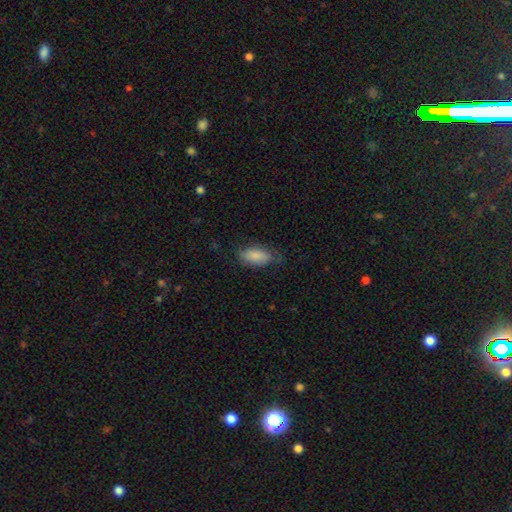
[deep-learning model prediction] This appears to be a smooth galaxy with no disk features (85%) that is in between round and cigar-shaped (91%). Merging: none (65%).